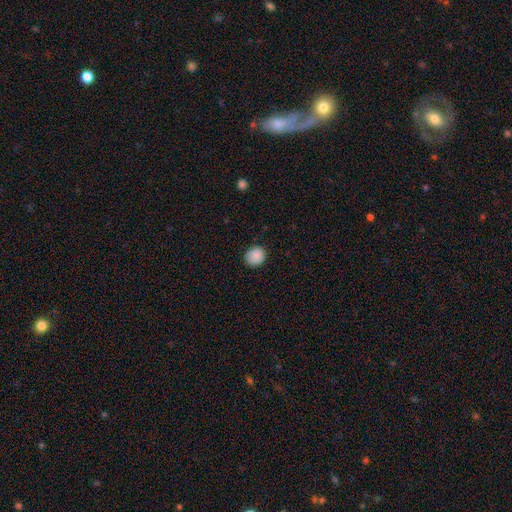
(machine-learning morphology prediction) smooth-or-featured: smooth: 88% | star or artifact: 8% | featured or disk: 4%
  how-rounded: round: 81% | in between: 18% | cigar-shaped: 1%
  merging: none: 82% | minor disturbance: 14% | major disturbance: 3% | merger: 1%